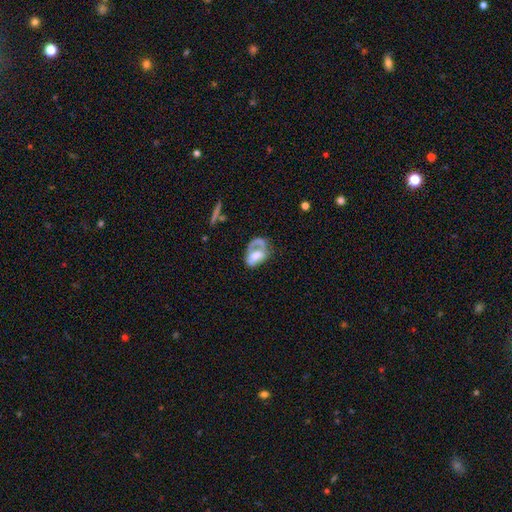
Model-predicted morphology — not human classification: A featured or disk galaxy (53%) with no bar (68%), spiral arms (51%) and a moderate central bulge (33%).

Vote fractions:
- Smooth or featured? featured or disk: 53% / smooth: 39% / star or artifact: 8%
- Edge-on disk? no: 96% / yes: 4%
- Bar? no: 68% / weak: 23% / strong: 9%
- Spiral arms? yes: 51% / no: 49%
- Bulge size? moderate: 33% / large: 29% / none: 20% / small: 14% / dominant: 4%
- Merging? major disturbance: 37% / none: 32% / minor disturbance: 23% / merger: 7%